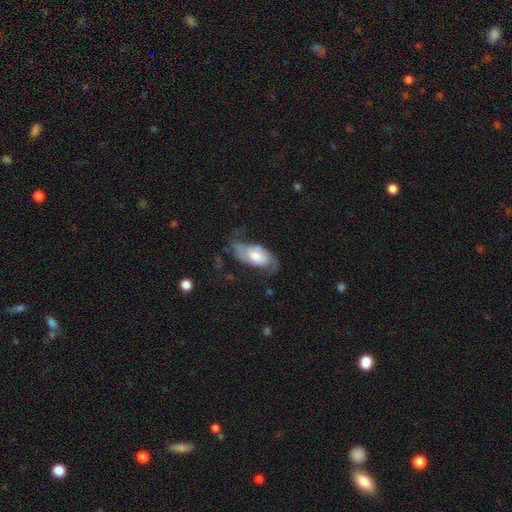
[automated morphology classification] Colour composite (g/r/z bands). It shows a featured or disk galaxy (61%) with no bar (62%), spiral arms (84%) and a moderate central bulge (45%). Merging: none (48%).